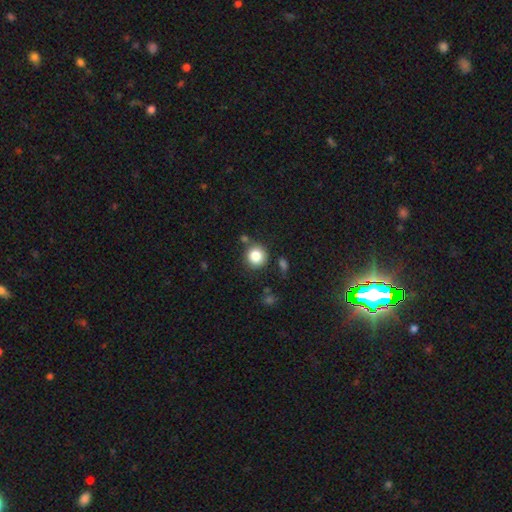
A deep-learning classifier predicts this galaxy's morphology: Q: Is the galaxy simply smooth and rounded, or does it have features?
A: smooth — 84%.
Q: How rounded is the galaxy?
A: round — 91%.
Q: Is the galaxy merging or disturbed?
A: none — 76%.